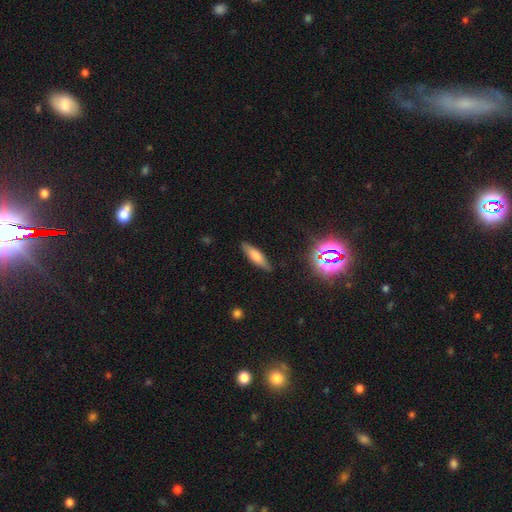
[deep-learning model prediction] Q: Smooth or featured?
A: smooth (67%); runner-up: featured or disk (23%)
Q: How rounded?
A: cigar-shaped (61%); runner-up: in between (37%)
Q: Merging?
A: none (84%); runner-up: minor disturbance (12%)